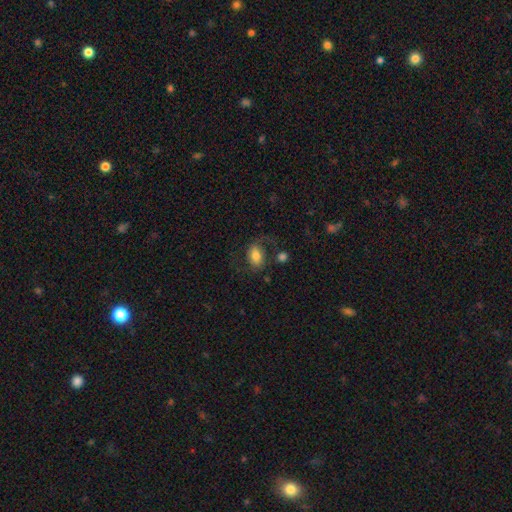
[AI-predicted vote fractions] The model was most divided on "smooth or featured": smooth: 61%, featured or disk: 30%, star or artifact: 9%. More confident: how rounded — in between (78%); merging — none (55%).